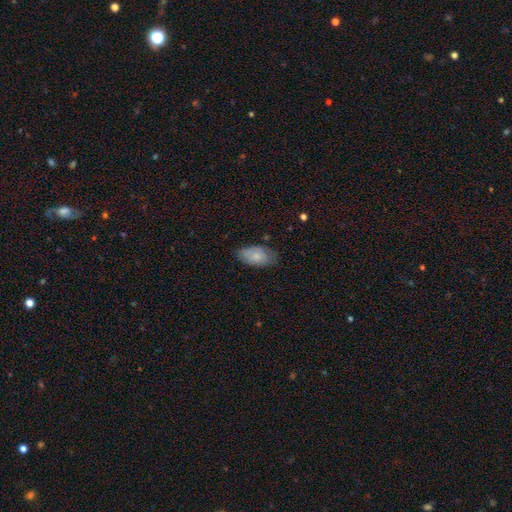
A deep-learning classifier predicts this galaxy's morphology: A smooth galaxy with no disk features (76%) that is in between round and cigar-shaped (94%). Merging: none (71%).